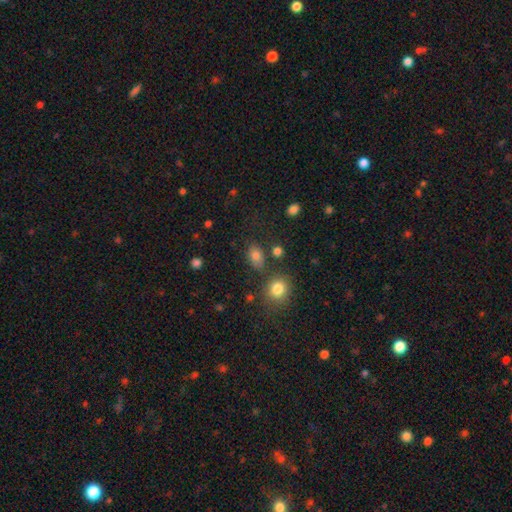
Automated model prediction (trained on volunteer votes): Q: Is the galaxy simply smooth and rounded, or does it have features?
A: smooth — 79%.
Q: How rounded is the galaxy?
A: in between — 72%.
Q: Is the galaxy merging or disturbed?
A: none — 72%.